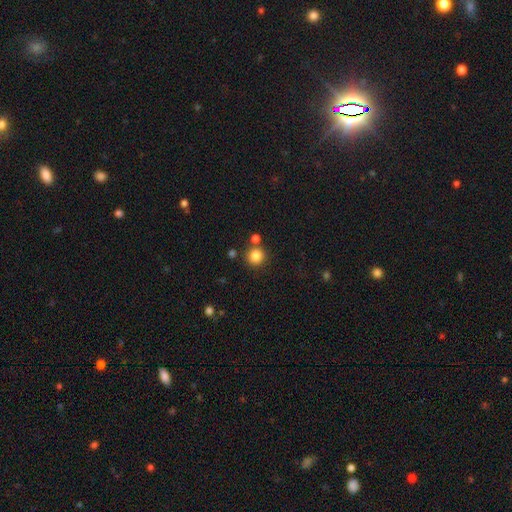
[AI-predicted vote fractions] smooth-or-featured: smooth: 84% | star or artifact: 11% | featured or disk: 5%
  how-rounded: round: 93% | in between: 6% | cigar-shaped: 1%
  merging: none: 80% | merger: 10% | minor disturbance: 7% | major disturbance: 3%